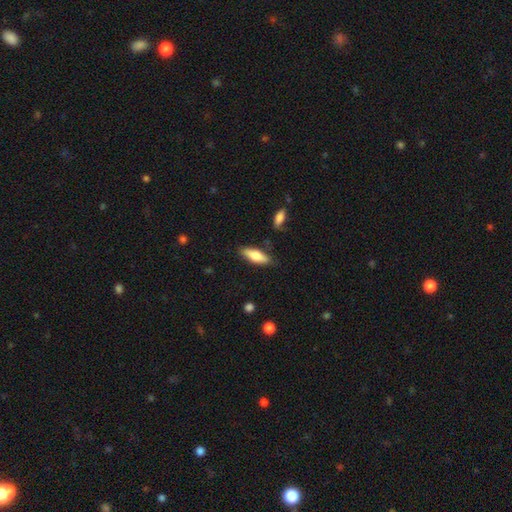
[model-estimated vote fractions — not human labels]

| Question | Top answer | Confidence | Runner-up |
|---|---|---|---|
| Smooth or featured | smooth | 70% | featured or disk (24%) |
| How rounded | in between | 56% | cigar-shaped (42%) |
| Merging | none | 82% | minor disturbance (13%) |